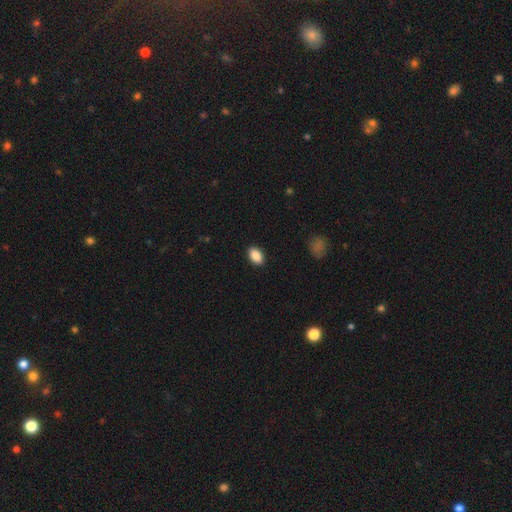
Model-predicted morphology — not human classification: type=smooth (89%); roundness=in between (89%); merging=none (90%).